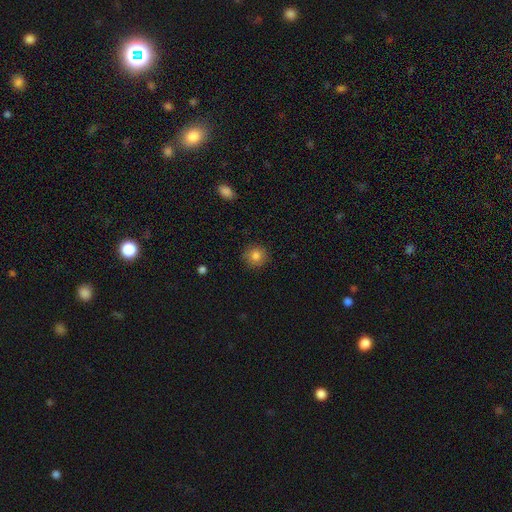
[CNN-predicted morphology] Smooth or featured?
  - smooth: 82% *
  - star or artifact: 10%
  - featured or disk: 7%
How rounded?
  - round: 92% *
  - in between: 7%
  - cigar-shaped: 1%
Merging?
  - none: 88% *
  - minor disturbance: 9%
  - major disturbance: 2%
  - merger: 1%